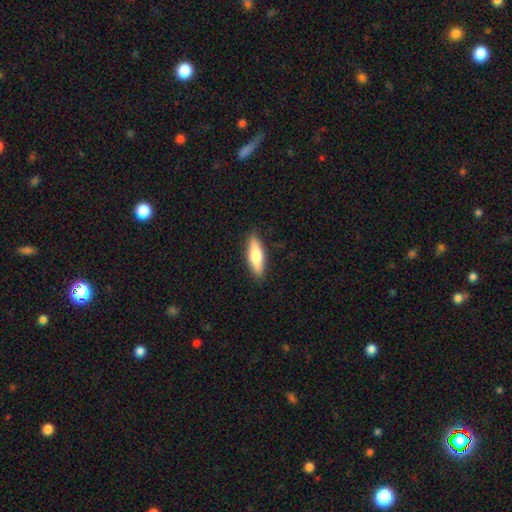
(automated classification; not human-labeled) Smooth or featured: smooth — 67% (featured or disk — 28%)
How rounded: cigar-shaped — 55% (in between — 43%)
Merging: none — 89% (minor disturbance — 8%)